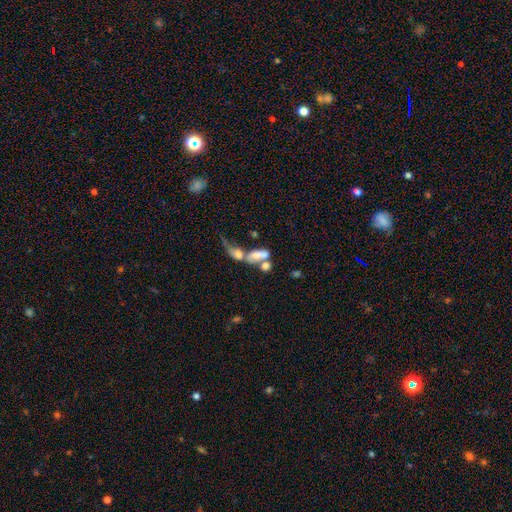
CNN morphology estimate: Overall: smooth (57%; featured or disk 31%). How rounded: in between (78%). Merging: merger (66%).